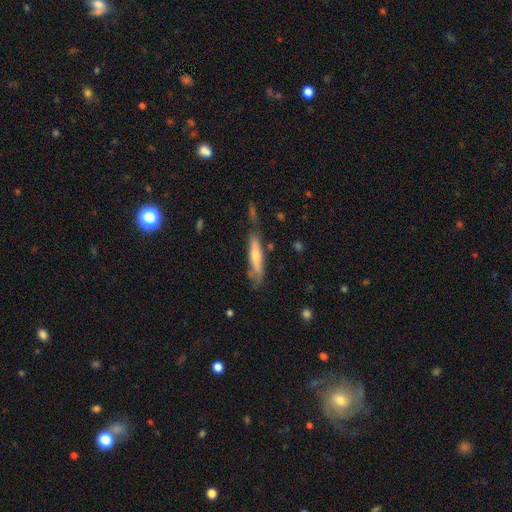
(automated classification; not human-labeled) smooth_or_featured: featured or disk (p=0.53) [alt: smooth p=0.39]
disk_edge_on: yes (p=0.76) [alt: no p=0.24]
merging: none (p=0.64) [alt: minor disturbance p=0.24]